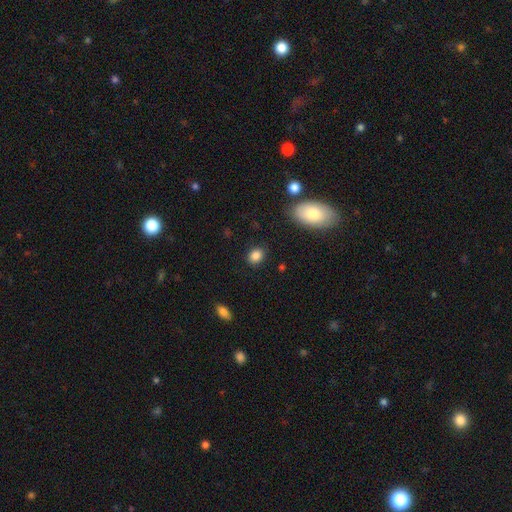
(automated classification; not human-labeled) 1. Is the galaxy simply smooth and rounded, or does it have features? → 86% smooth, 10% star or artifact, 5% featured or disk.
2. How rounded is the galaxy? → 56% in between, 43% round, 1% cigar-shaped.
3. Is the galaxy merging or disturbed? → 86% none, 10% minor disturbance, 3% major disturbance, 2% merger.